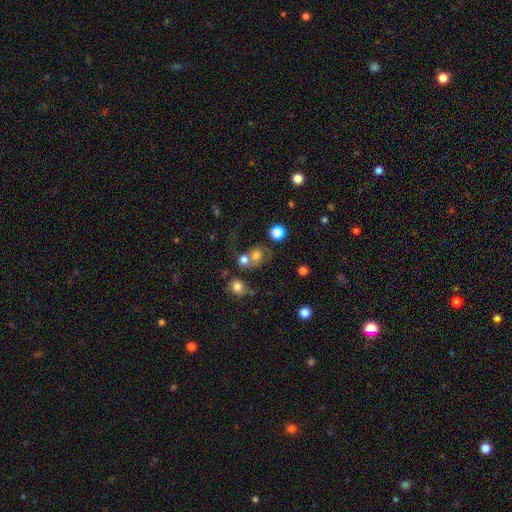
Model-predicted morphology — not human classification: Smooth or featured? smooth (65%)
How rounded? round (71%)
Merging? merger (44%)